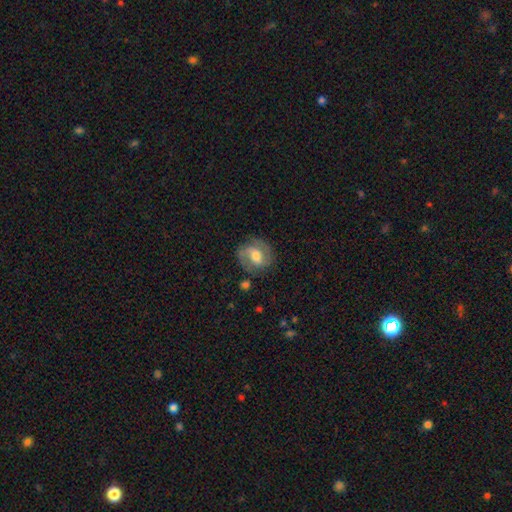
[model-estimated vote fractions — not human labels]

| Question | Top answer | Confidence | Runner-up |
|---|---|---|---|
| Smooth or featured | featured or disk | 74% | smooth (20%) |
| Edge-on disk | no | 97% | yes (3%) |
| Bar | weak | 49% | no (30%) |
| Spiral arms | yes | 91% | no (9%) |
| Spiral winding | medium | 51% | tight (32%) |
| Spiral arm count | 2 | 88% | can't tell (6%) |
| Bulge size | moderate | 62% | small (18%) |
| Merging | none | 77% | minor disturbance (15%) |